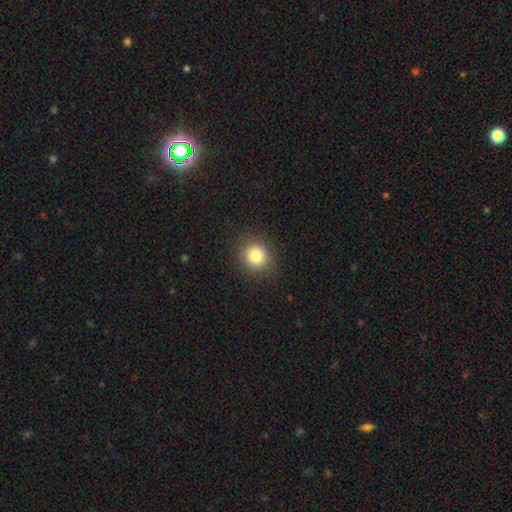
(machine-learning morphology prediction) This is clearly a smooth galaxy (83%). How rounded: clearly round (84%). Merging: clearly none (89%).